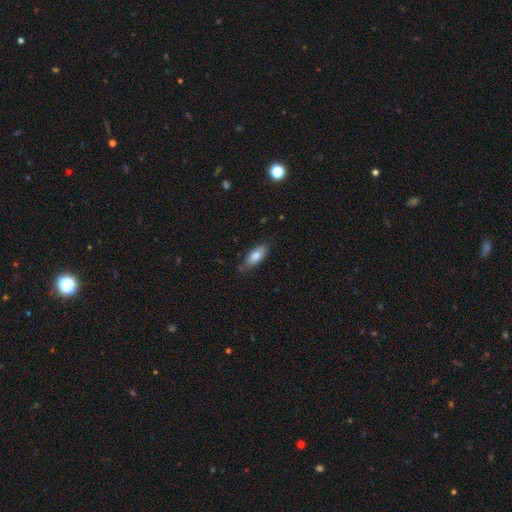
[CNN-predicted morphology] Smooth or featured? smooth (80%)
How rounded? in between (79%)
Merging? none (75%)